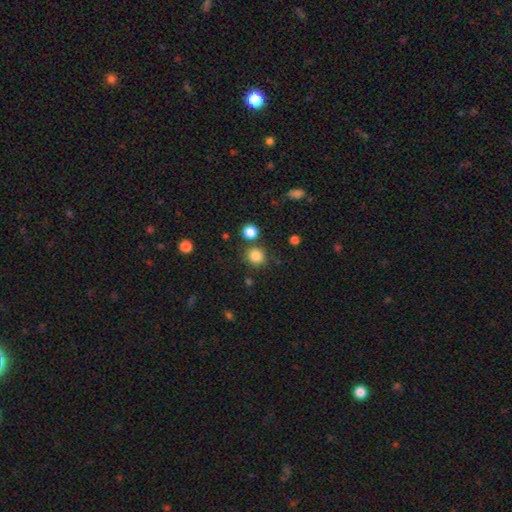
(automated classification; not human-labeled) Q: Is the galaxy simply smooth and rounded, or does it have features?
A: smooth — 84%.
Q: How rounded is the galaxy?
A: round — 89%.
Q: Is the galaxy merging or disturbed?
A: none — 80%.